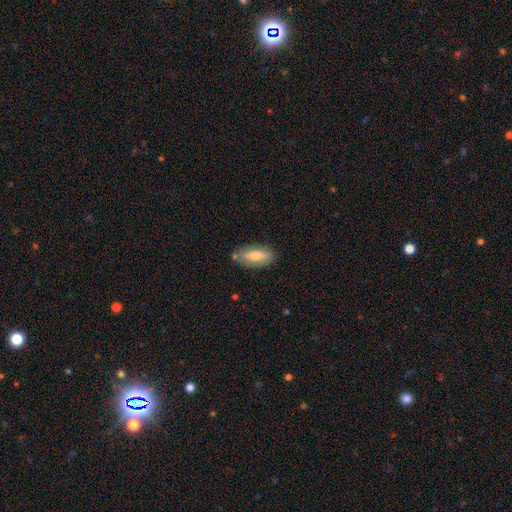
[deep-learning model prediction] Overall: smooth (65%; featured or disk 28%). How rounded: in between (85%). Merging: none (78%).